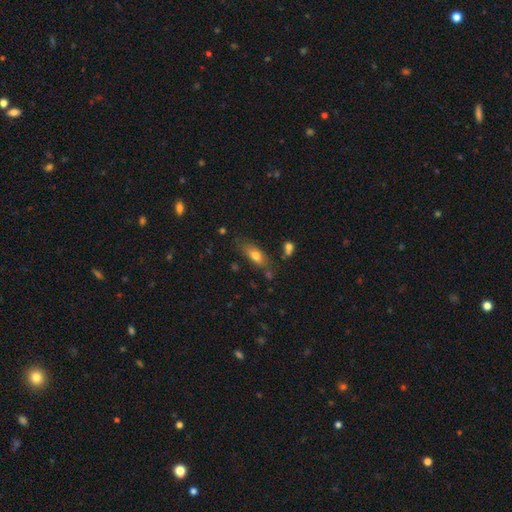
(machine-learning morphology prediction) This appears to be a smooth galaxy with no disk features (71%) that is in between round and cigar-shaped (73%). Merging: none (69%).